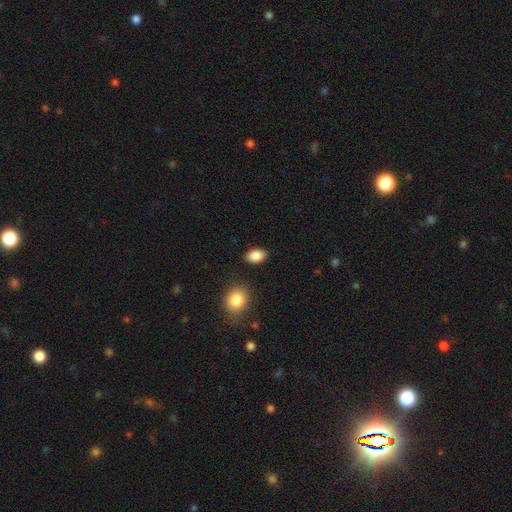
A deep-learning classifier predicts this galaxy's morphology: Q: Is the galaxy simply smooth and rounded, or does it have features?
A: smooth — 88%.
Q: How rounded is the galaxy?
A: in between — 85%.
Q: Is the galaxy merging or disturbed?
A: none — 86%.